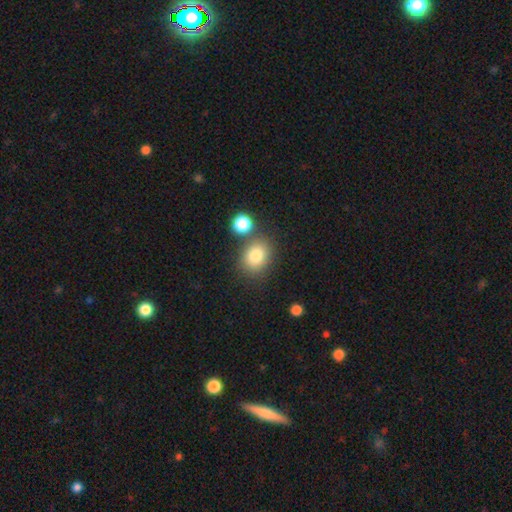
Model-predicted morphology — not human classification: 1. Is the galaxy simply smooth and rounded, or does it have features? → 81% smooth, 11% star or artifact, 9% featured or disk.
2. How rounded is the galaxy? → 52% round, 47% in between, 1% cigar-shaped.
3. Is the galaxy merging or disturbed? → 69% none, 16% merger, 11% minor disturbance, 4% major disturbance.